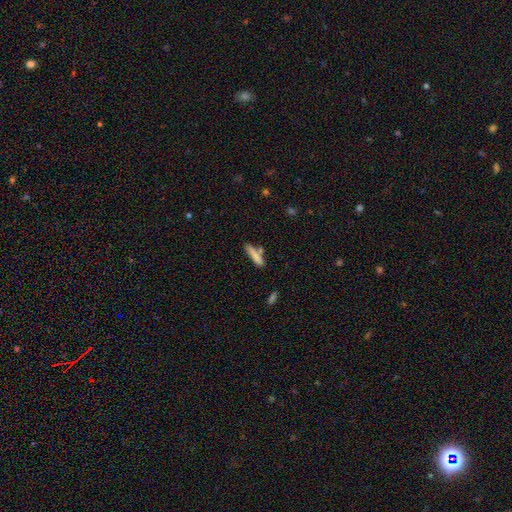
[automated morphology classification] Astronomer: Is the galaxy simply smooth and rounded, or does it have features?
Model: smooth — 80%.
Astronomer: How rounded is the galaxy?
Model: cigar-shaped — 83%.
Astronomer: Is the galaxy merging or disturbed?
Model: none — 68%.